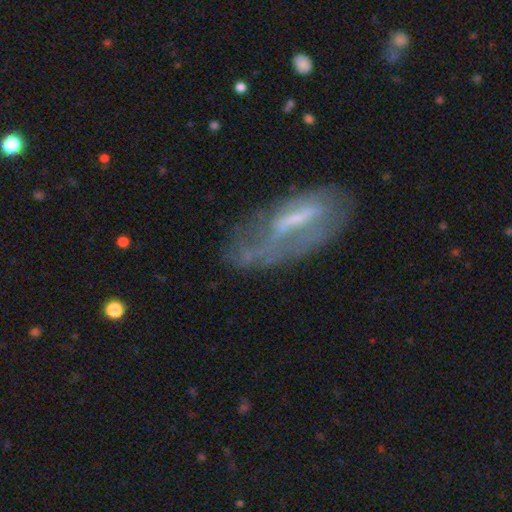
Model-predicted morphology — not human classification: The model was most divided on "merging": none: 47%, minor disturbance: 27%, major disturbance: 23%, merger: 4%. More confident: edge-on disk — no (80%); smooth or featured — featured or disk (58%).